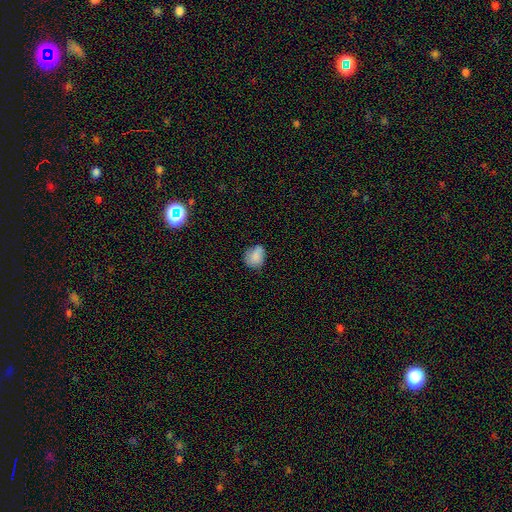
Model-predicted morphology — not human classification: smooth_or_featured: smooth (p=0.82) [alt: featured or disk p=0.09]
how_rounded: round (p=0.50) [alt: in between p=0.49]
merging: none (p=0.60) [alt: minor disturbance p=0.31]